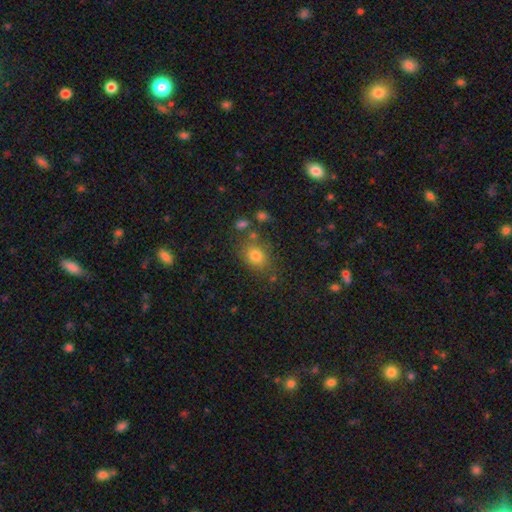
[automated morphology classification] type=smooth (78%); roundness=in between (55%); merging=none (73%).